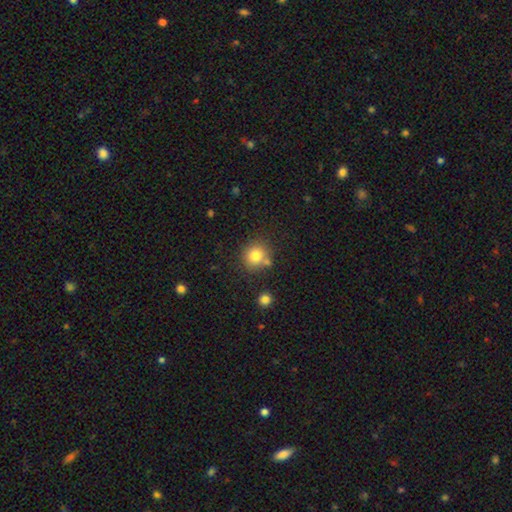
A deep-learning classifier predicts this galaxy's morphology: smooth_or_featured: smooth (p=0.79) [alt: star or artifact p=0.12]
how_rounded: round (p=0.86) [alt: in between p=0.13]
merging: none (p=0.72) [alt: merger p=0.14]